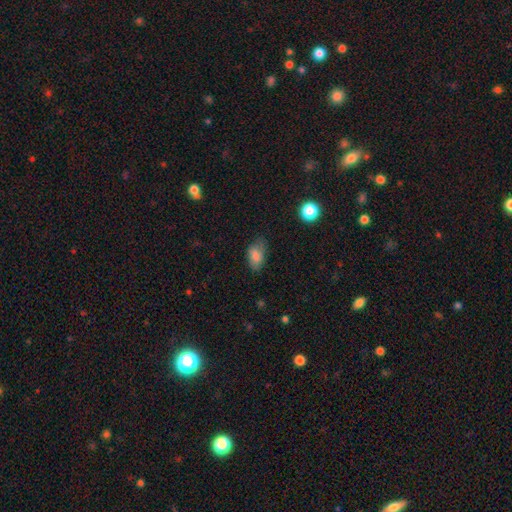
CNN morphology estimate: type=smooth (81%); roundness=in between (91%); merging=none (63%).